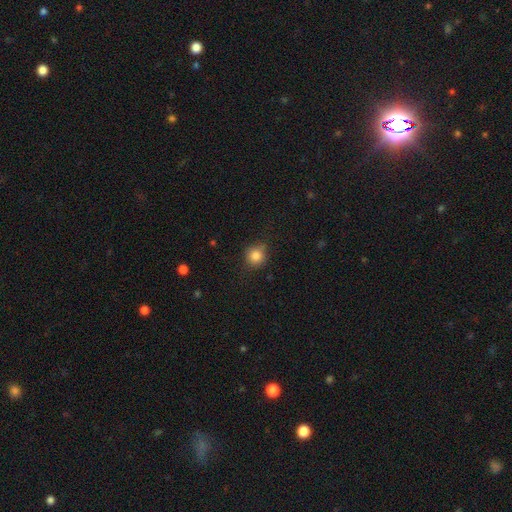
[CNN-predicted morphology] smooth_or_featured: smooth (p=0.83) [alt: star or artifact p=0.11]
how_rounded: round (p=0.90) [alt: in between p=0.09]
merging: none (p=0.81) [alt: minor disturbance p=0.14]